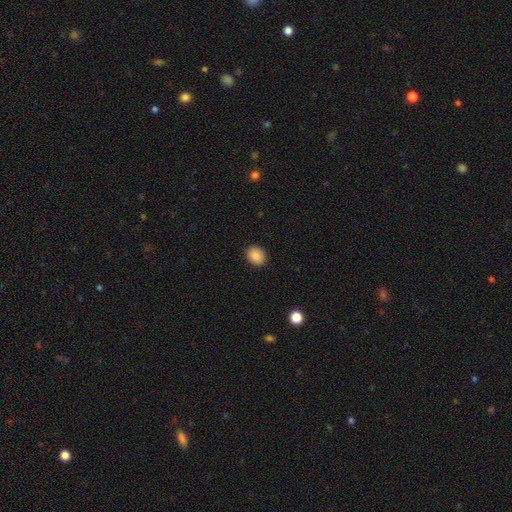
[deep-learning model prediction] Smooth or featured: smooth — 88% (star or artifact — 9%)
How rounded: round — 60% (in between — 40%)
Merging: none — 90% (minor disturbance — 7%)